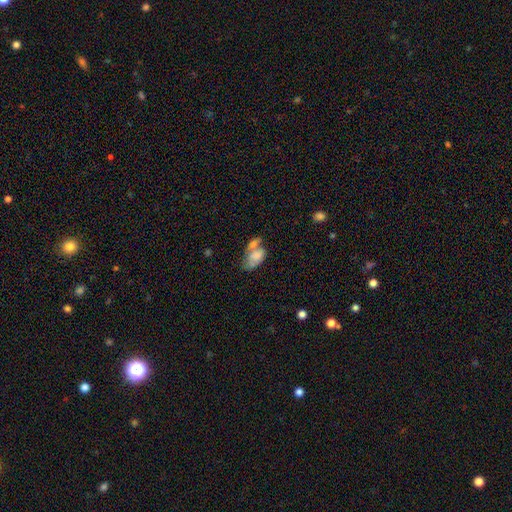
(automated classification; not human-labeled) smooth_or_featured: smooth (p=0.64) [alt: featured or disk p=0.27]
how_rounded: in between (p=0.91) [alt: round p=0.07]
merging: merger (p=0.49) [alt: none p=0.21]